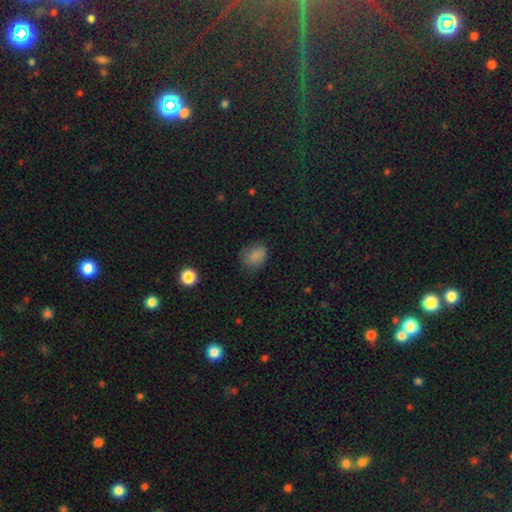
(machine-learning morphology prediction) smooth-or-featured: smooth: 82% | star or artifact: 11% | featured or disk: 7%
  how-rounded: in between: 59% | round: 40% | cigar-shaped: 1%
  merging: none: 65% | minor disturbance: 26% | major disturbance: 8% | merger: 1%